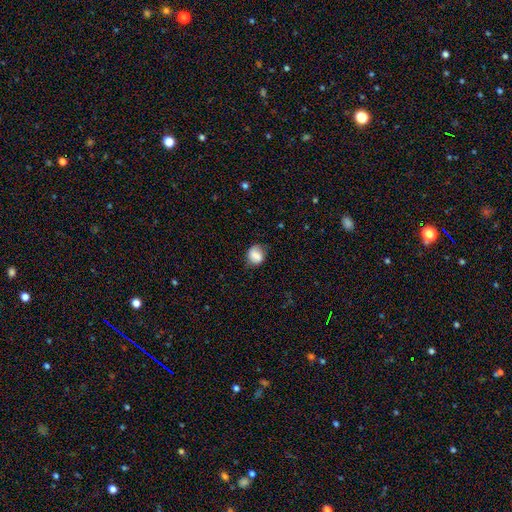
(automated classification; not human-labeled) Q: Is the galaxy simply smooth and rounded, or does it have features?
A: smooth — 78%.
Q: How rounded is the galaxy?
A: round — 59%.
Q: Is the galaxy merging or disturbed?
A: none — 66%.